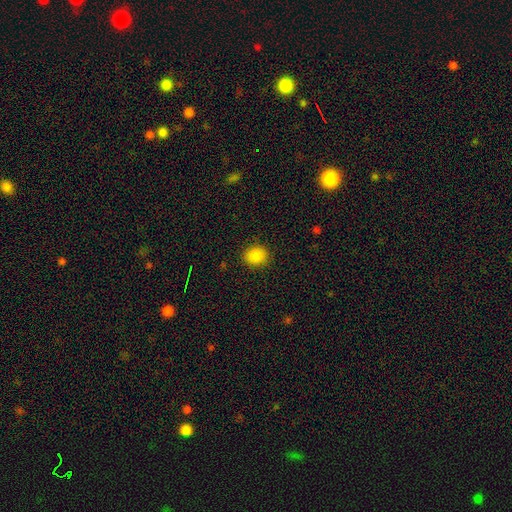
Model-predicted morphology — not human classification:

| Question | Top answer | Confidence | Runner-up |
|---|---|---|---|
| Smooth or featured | smooth | 86% | star or artifact (10%) |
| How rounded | round | 69% | in between (30%) |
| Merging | none | 89% | minor disturbance (7%) |